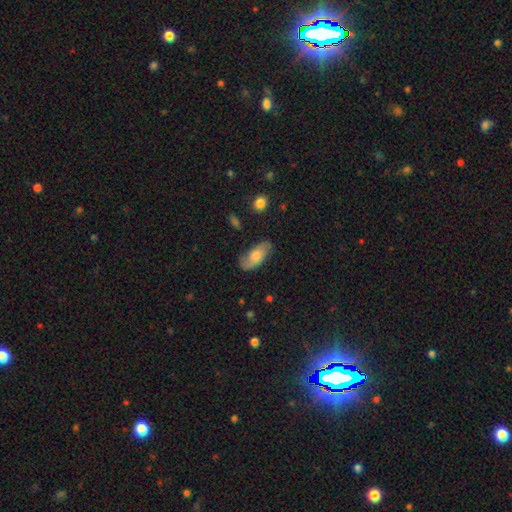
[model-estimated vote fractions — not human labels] A featured or disk galaxy (54%).

Vote fractions:
- Smooth or featured? featured or disk: 54% / smooth: 38% / star or artifact: 7%
- Edge-on disk? no: 91% / yes: 9%
- Merging? none: 78% / minor disturbance: 16% / major disturbance: 5% / merger: 1%